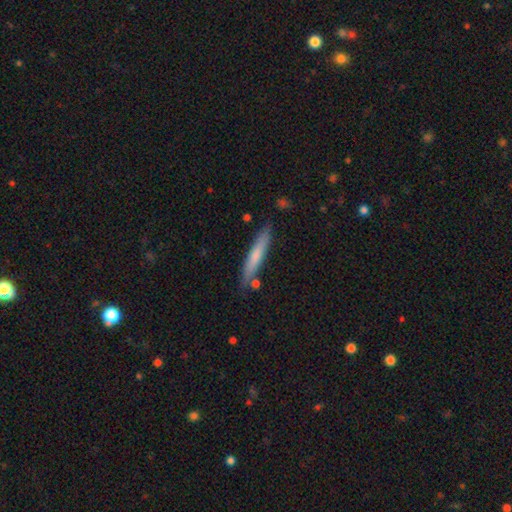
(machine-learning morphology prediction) Smooth or featured? smooth (66%)
How rounded? cigar-shaped (93%)
Merging? none (82%)